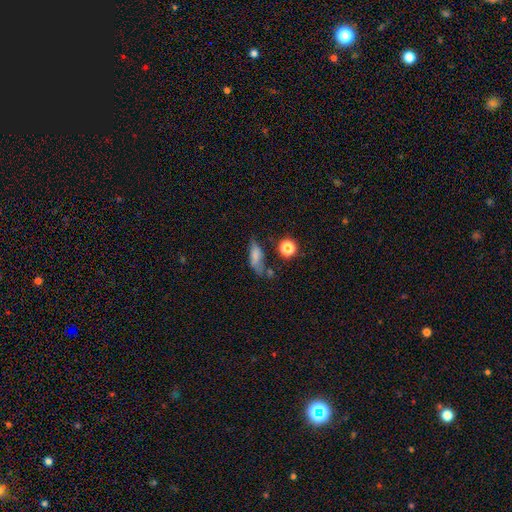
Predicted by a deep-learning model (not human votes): smooth-or-featured: smooth: 67% | featured or disk: 20% | star or artifact: 13%
  how-rounded: in between: 67% | cigar-shaped: 27% | round: 7%
  merging: none: 44% | minor disturbance: 30% | major disturbance: 17% | merger: 8%